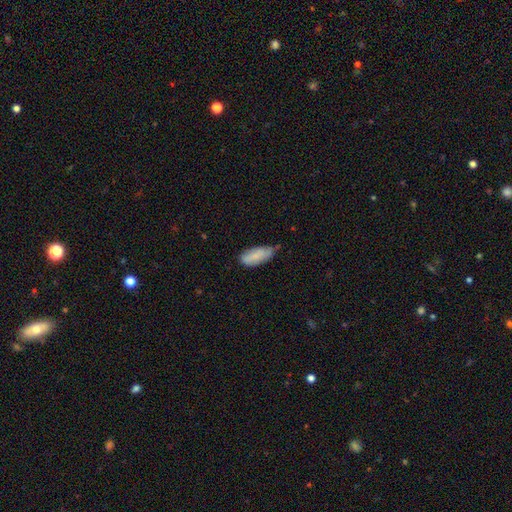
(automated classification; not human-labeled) Smooth or featured?
  - smooth: 78% *
  - featured or disk: 15%
  - star or artifact: 7%
How rounded?
  - in between: 83% *
  - cigar-shaped: 15%
  - round: 2%
Merging?
  - none: 47% *
  - minor disturbance: 41%
  - major disturbance: 8%
  - merger: 3%